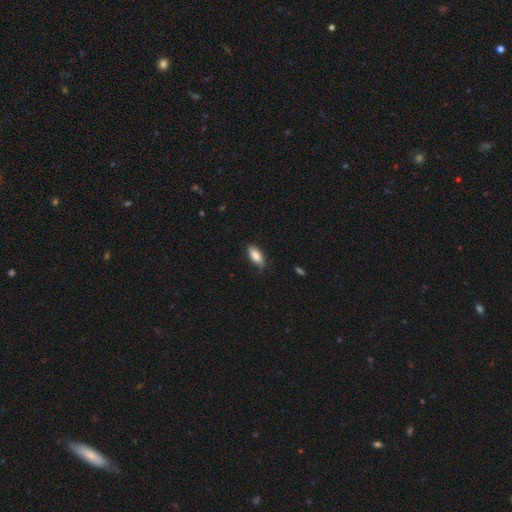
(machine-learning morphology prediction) A smooth galaxy with no disk features (85%) that is in between round and cigar-shaped (83%).

Vote fractions:
- Smooth or featured? smooth: 85% / featured or disk: 9% / star or artifact: 6%
- How rounded? in between: 83% / cigar-shaped: 15% / round: 2%
- Merging? none: 77% / minor disturbance: 19% / major disturbance: 3% / merger: 1%